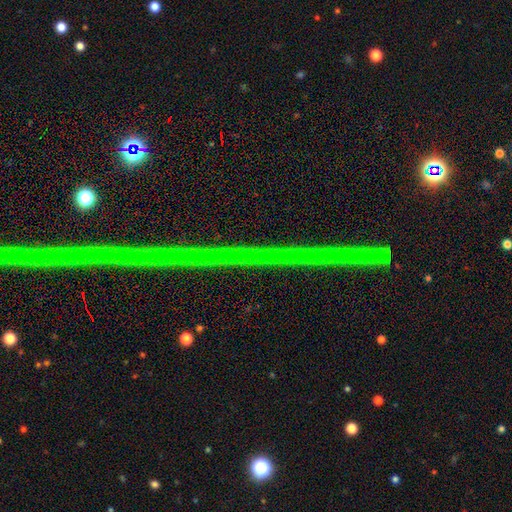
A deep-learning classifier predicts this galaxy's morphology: star or artifact 86%, featured or disk 9%, smooth 4%.